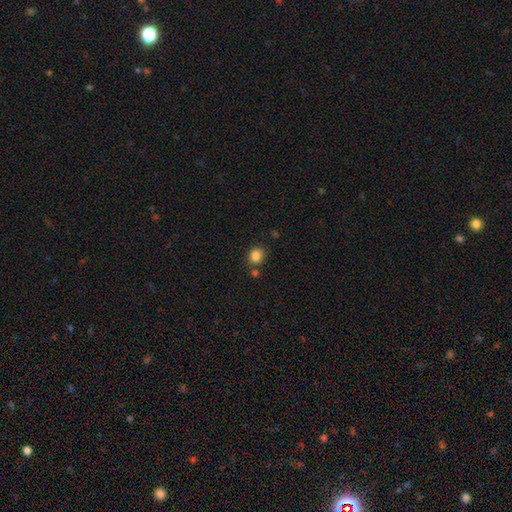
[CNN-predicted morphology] The model was most divided on "how rounded": round: 74%, in between: 25%, cigar-shaped: 1%. More confident: smooth or featured — smooth (85%); merging — none (73%).